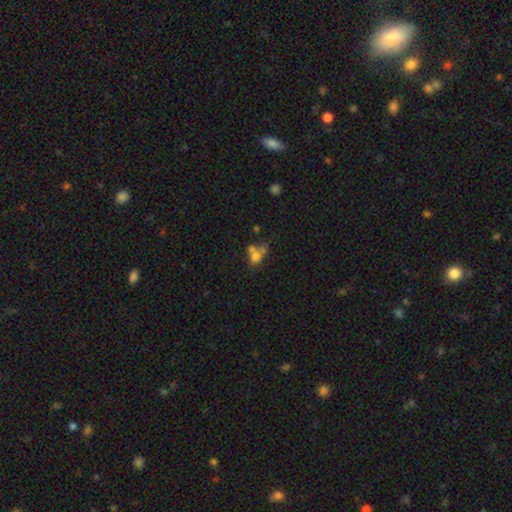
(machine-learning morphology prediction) smooth 62%, featured or disk 23%, star or artifact 15%. Down the decision tree: how rounded — round (54%); merging — merger (55%).